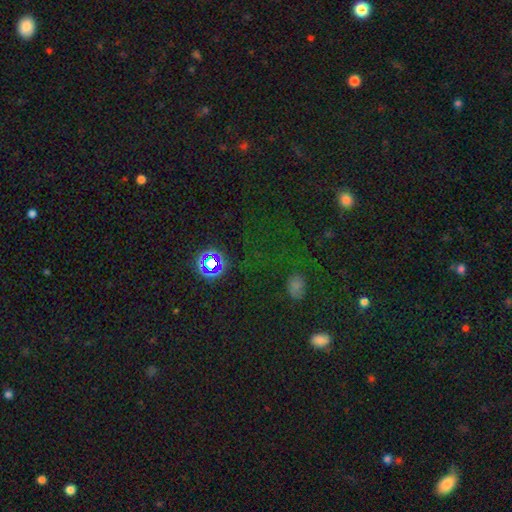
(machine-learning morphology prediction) type=star or artifact (55%).